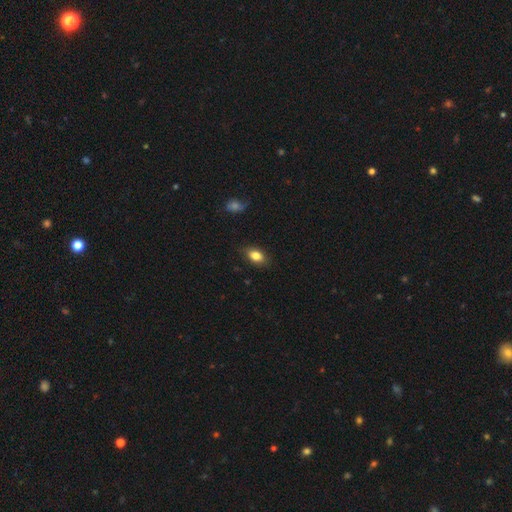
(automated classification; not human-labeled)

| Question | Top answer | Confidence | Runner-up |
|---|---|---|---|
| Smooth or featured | smooth | 82% | featured or disk (9%) |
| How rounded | in between | 84% | round (13%) |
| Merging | none | 80% | minor disturbance (16%) |